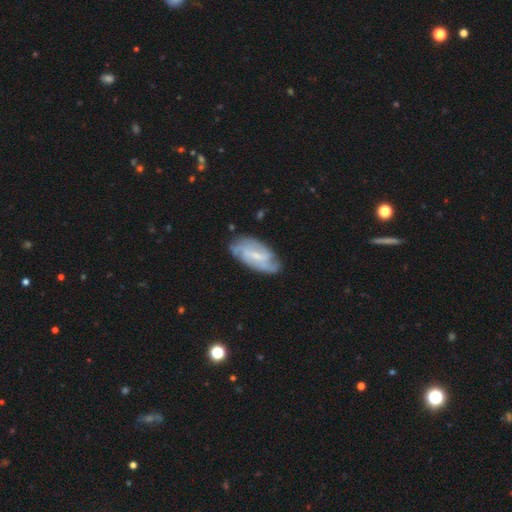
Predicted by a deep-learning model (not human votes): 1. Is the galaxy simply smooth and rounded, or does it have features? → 79% featured or disk, 15% smooth, 6% star or artifact.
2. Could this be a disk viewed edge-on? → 94% no, 6% yes.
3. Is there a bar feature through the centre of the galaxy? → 53% weak, 27% strong, 21% no.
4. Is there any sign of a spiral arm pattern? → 93% yes, 7% no.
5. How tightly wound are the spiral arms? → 43% tight, 41% medium, 16% loose.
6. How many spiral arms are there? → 34% 2, 27% can't tell, 22% 3, 10% 4, 4% 1, 4% more than 4.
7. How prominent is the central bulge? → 59% small, 29% moderate, 9% none, 2% large, 1% dominant.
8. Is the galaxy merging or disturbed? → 74% none, 19% minor disturbance, 5% major disturbance, 2% merger.